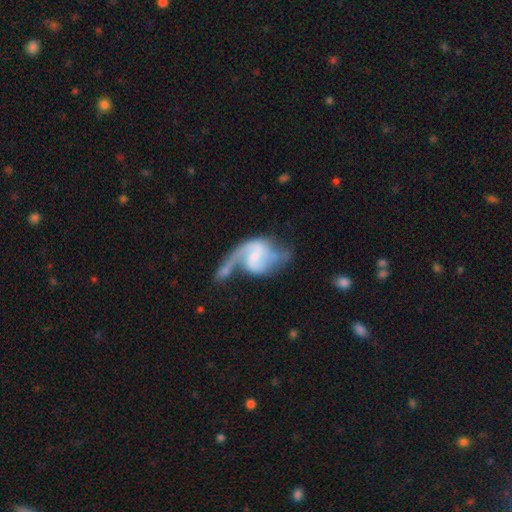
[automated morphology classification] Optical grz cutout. It shows a featured or disk galaxy (82%) with a weak bar (50%), 2 (70%) loose (55%) spiral arms (93%) and a small central bulge (43%). Merging: major disturbance (36%).